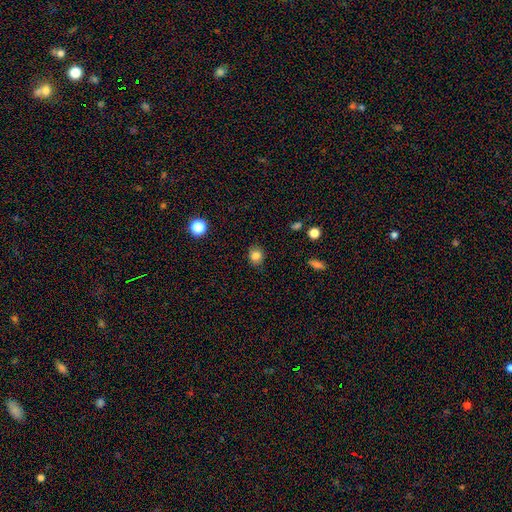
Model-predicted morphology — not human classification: Q: Smooth or featured?
A: smooth (82%); runner-up: star or artifact (11%)
Q: How rounded?
A: round (65%); runner-up: in between (34%)
Q: Merging?
A: none (85%); runner-up: minor disturbance (11%)